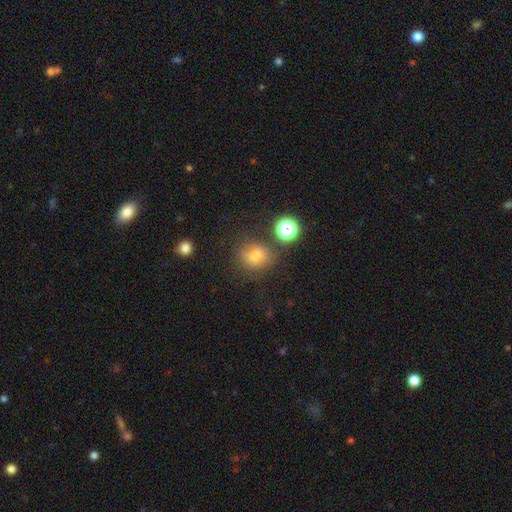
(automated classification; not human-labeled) This appears to be a smooth galaxy with no disk features (71%) that is round (72%). Merging: none (72%).